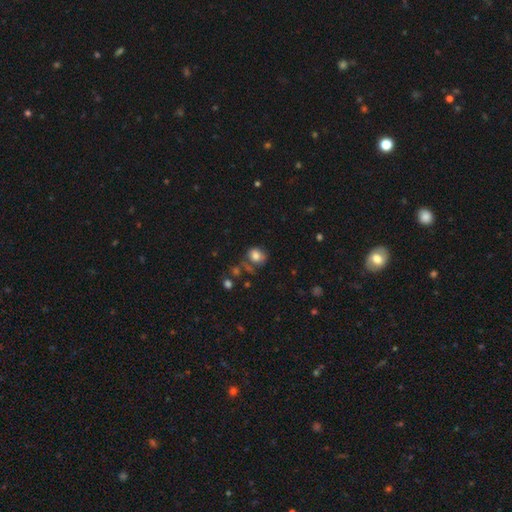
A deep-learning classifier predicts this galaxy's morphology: Overall: smooth (76%). How rounded: round (59%; in between 40%). Merging: none (52%; minor disturbance 24%).